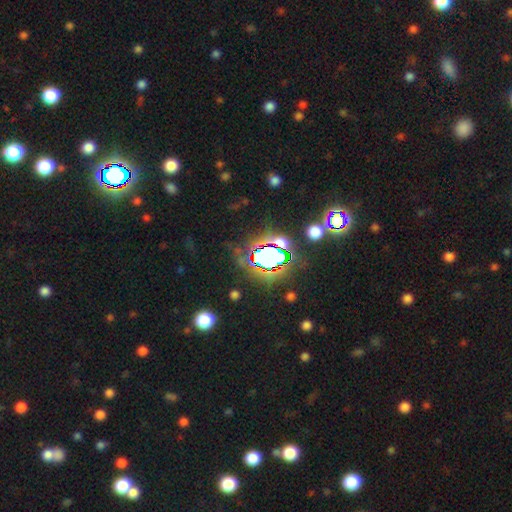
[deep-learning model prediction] A star or artifact, not a galaxy (80%).

Vote fractions:
- Smooth or featured? star or artifact: 80% / smooth: 12% / featured or disk: 8%